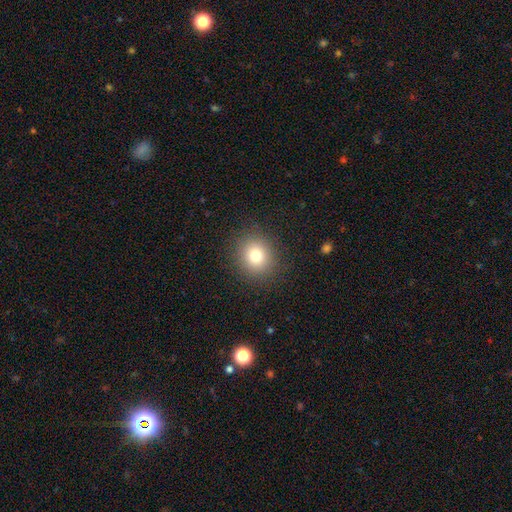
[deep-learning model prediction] Smooth or featured?
  - smooth: 78% *
  - star or artifact: 13%
  - featured or disk: 9%
How rounded?
  - round: 85% *
  - in between: 15%
  - cigar-shaped: 1%
Merging?
  - none: 89% *
  - minor disturbance: 7%
  - major disturbance: 3%
  - merger: 1%